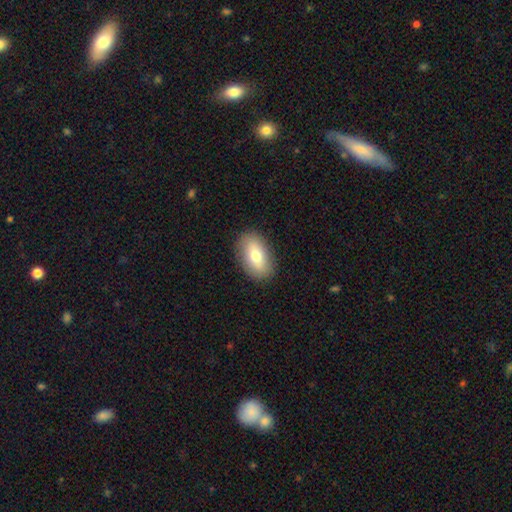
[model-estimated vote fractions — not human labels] smooth-or-featured: smooth: 73% | featured or disk: 20% | star or artifact: 7%
  how-rounded: in between: 90% | round: 8% | cigar-shaped: 2%
  merging: none: 87% | minor disturbance: 9% | major disturbance: 3% | merger: 1%